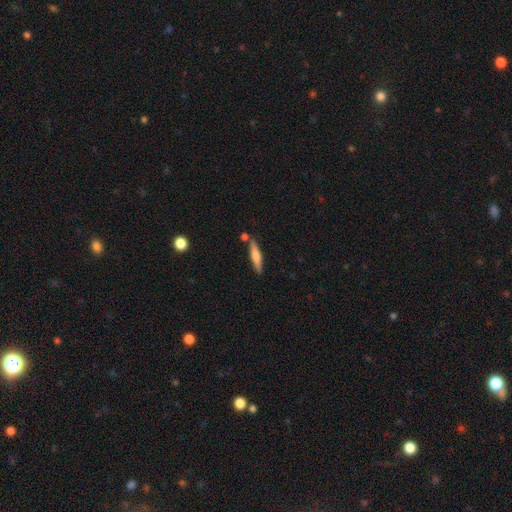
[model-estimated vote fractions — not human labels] Overall: smooth (53%; featured or disk 41%). How rounded: cigar-shaped (86%). Merging: none (80%).